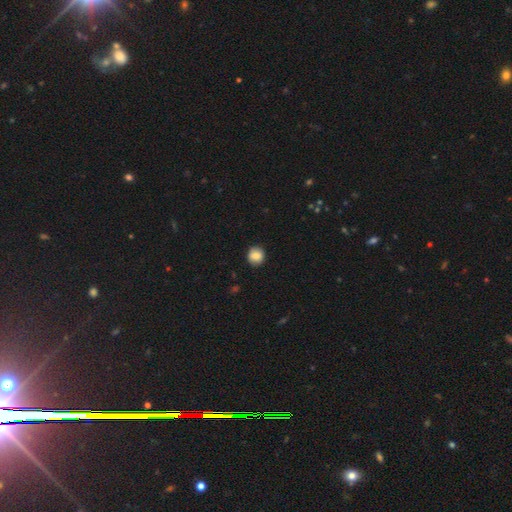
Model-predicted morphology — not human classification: Smooth or featured?
  - smooth: 84% *
  - star or artifact: 9%
  - featured or disk: 7%
How rounded?
  - round: 89% *
  - in between: 10%
  - cigar-shaped: 1%
Merging?
  - none: 89% *
  - minor disturbance: 8%
  - major disturbance: 2%
  - merger: 1%